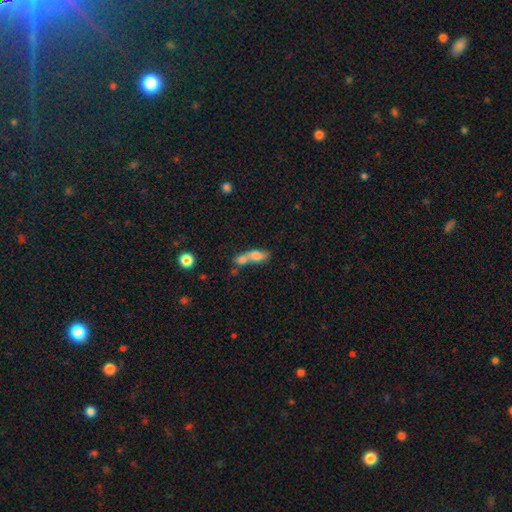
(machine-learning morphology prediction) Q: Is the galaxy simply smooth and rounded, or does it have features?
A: smooth — 68%.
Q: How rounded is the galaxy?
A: in between — 66%.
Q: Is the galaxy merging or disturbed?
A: merger — 70%.